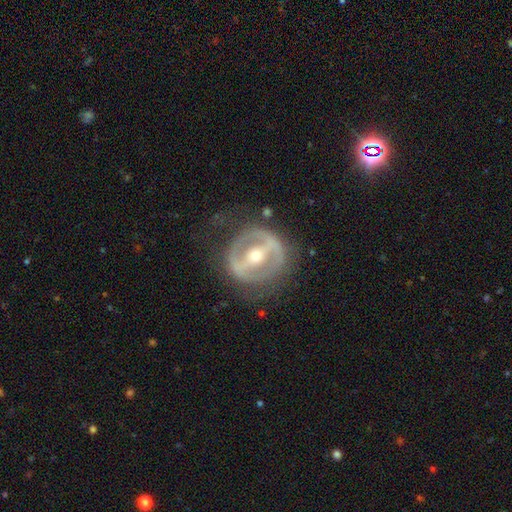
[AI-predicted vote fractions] This appears to be a featured or disk galaxy (80%) with a strong bar (70%), no spiral arms (67%) and a moderate central bulge (55%). Merging: none (70%).